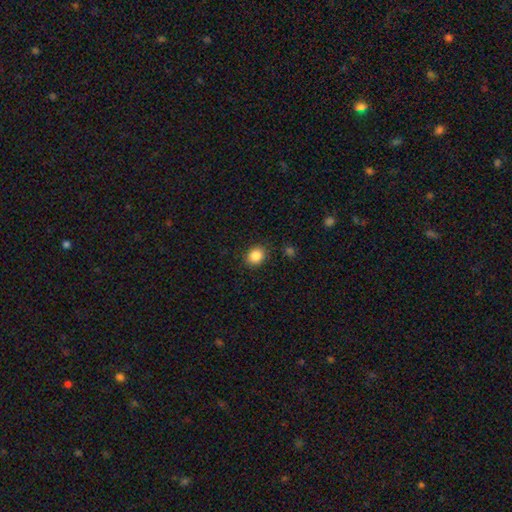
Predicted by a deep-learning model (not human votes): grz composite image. It shows a smooth galaxy with no disk features (86%) that is round (62%). Merging: none (87%).